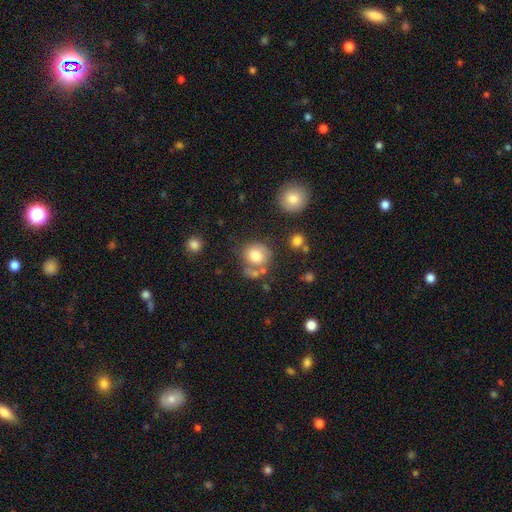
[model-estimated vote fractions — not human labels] Overall: smooth (76%). How rounded: round (76%). Merging: none (54%; minor disturbance 19%).